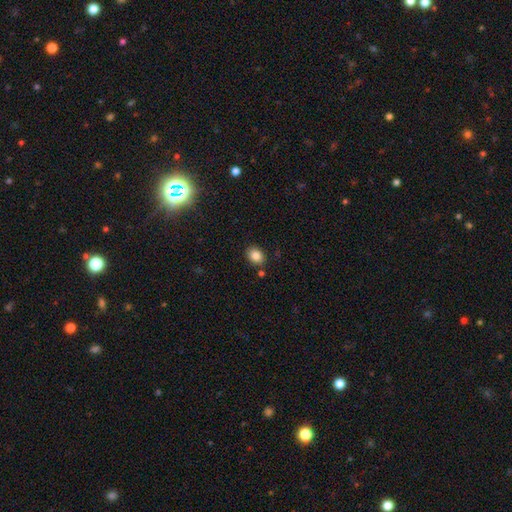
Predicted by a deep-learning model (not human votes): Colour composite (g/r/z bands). It shows a smooth galaxy with no disk features (84%) that is in between round and cigar-shaped (63%). Merging: none (84%).